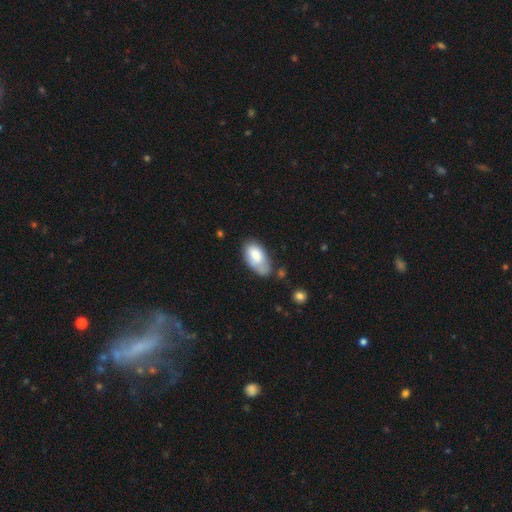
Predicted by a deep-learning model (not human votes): smooth_or_featured: smooth (p=0.78) [alt: featured or disk p=0.15]
how_rounded: in between (p=0.94) [alt: round p=0.03]
merging: none (p=0.43) [alt: minor disturbance p=0.34]